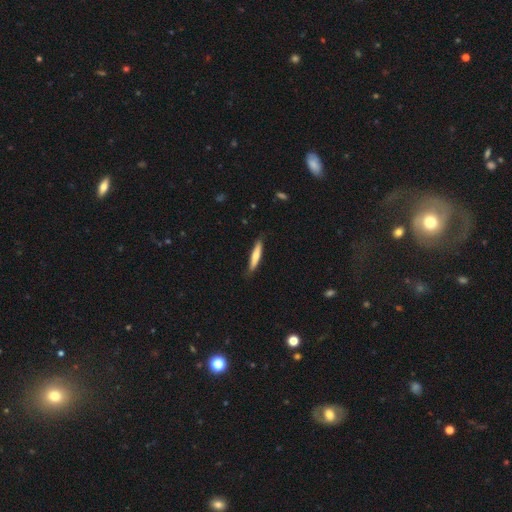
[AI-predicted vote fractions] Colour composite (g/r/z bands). It shows a smooth galaxy with no disk features (65%) that is cigar-shaped (89%). Merging: none (85%).